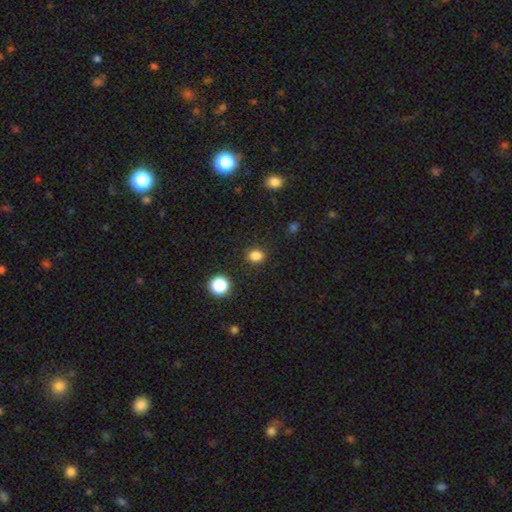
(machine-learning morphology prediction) This appears to be a smooth galaxy with no disk features (83%) that is round (62%). Merging: none (87%).